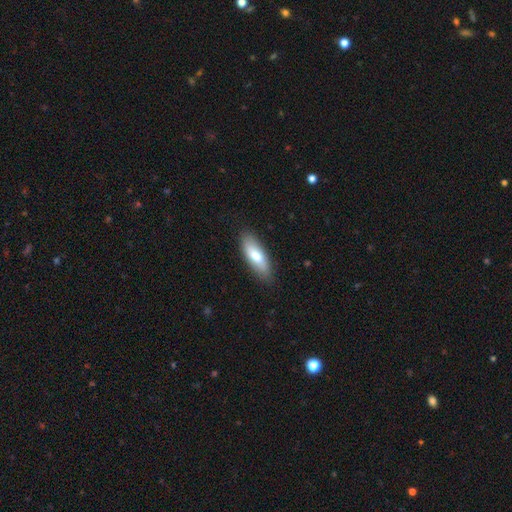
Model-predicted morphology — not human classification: Smooth or featured? smooth (74%)
How rounded? in between (63%)
Merging? none (85%)